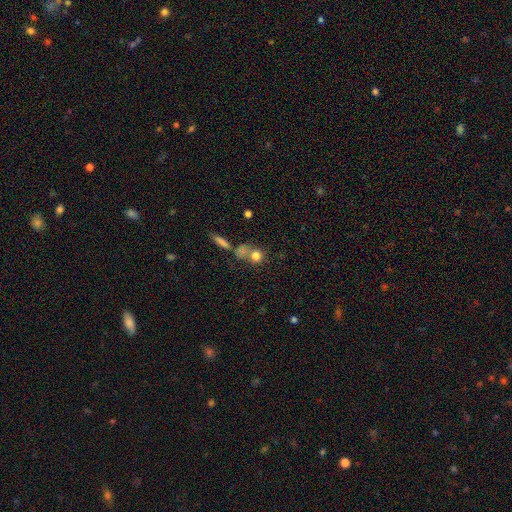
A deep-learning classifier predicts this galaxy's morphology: This appears to be a smooth galaxy with no disk features (76%) that is round (80%). Merging: none (49%).